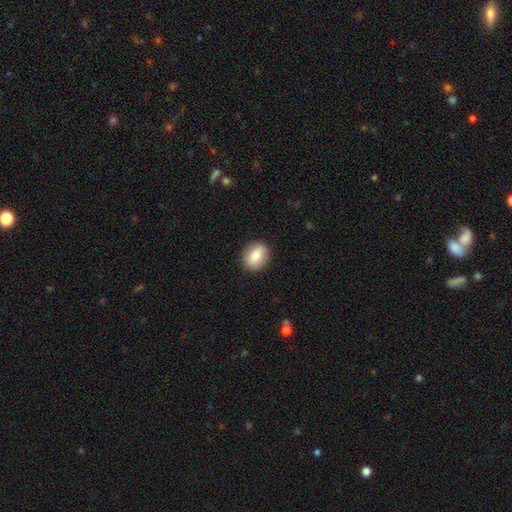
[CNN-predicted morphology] A smooth galaxy with no disk features (81%) that is in between round and cigar-shaped (56%).

Vote fractions:
- Smooth or featured? smooth: 81% / featured or disk: 12% / star or artifact: 7%
- How rounded? in between: 56% / round: 42% / cigar-shaped: 2%
- Merging? none: 89% / minor disturbance: 8% / major disturbance: 2% / merger: 1%